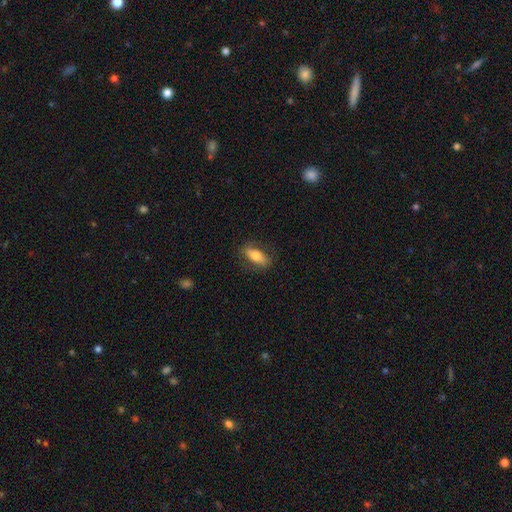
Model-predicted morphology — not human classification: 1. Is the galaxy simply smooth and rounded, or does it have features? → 71% smooth, 23% featured or disk, 7% star or artifact.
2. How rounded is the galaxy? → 72% in between, 24% cigar-shaped, 4% round.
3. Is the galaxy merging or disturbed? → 83% none, 13% minor disturbance, 4% major disturbance, 1% merger.